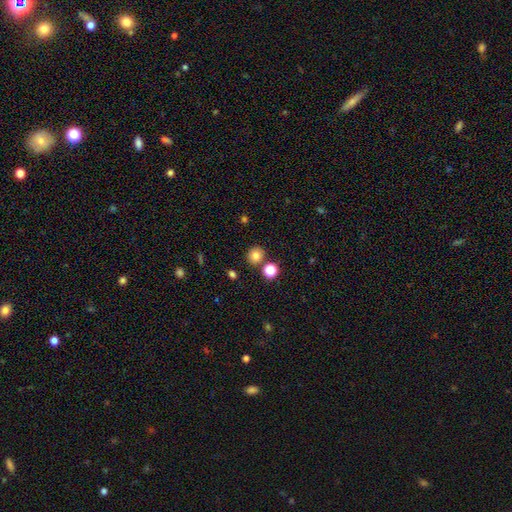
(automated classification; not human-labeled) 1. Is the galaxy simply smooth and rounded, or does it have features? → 78% smooth, 14% star or artifact, 8% featured or disk.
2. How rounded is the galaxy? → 88% round, 11% in between, 1% cigar-shaped.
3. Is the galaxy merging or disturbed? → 82% none, 9% merger, 7% minor disturbance, 2% major disturbance.